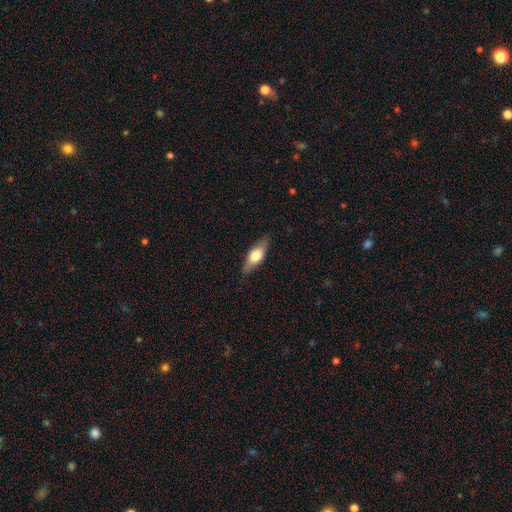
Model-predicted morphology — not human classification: smooth-or-featured: smooth: 55% | featured or disk: 39% | star or artifact: 6%
  how-rounded: in between: 61% | cigar-shaped: 35% | round: 4%
  merging: none: 84% | minor disturbance: 12% | major disturbance: 3% | merger: 1%